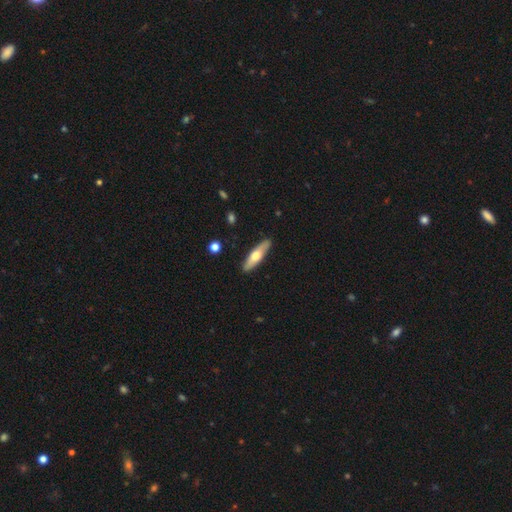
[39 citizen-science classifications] smooth-or-featured: smooth: 67% | featured or disk: 31% | star or artifact: 3%
  how-rounded: cigar-shaped: 77% | in between: 23% | round: 0%
  merging: none: 89% | minor disturbance: 11% | major disturbance: 0% | merger: 0%